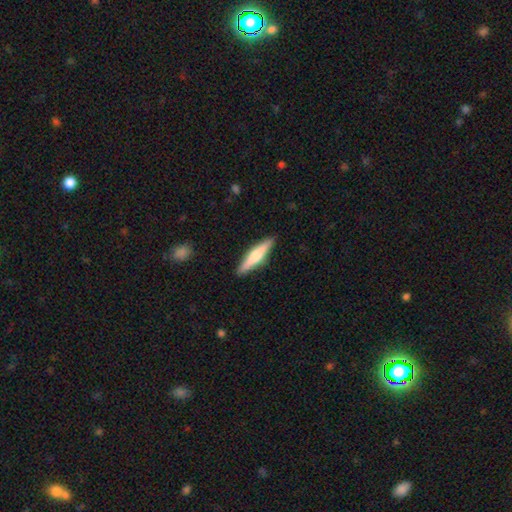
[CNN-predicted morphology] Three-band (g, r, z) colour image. It shows a smooth galaxy with no disk features (54%) that is cigar-shaped (85%). Merging: none (90%).